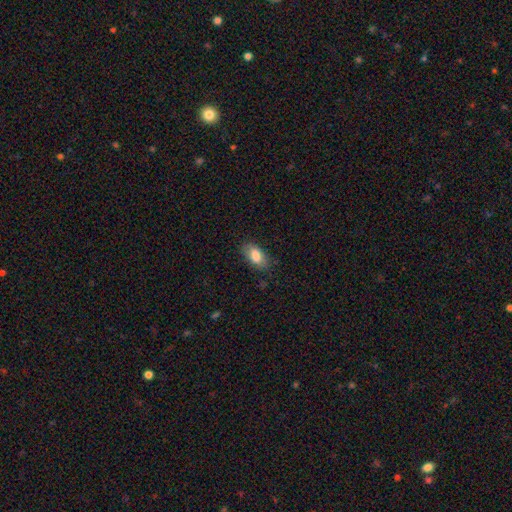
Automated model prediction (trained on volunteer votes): This is clearly a smooth galaxy (82%). How rounded: clearly in between (91%). Merging: likely none (76%).